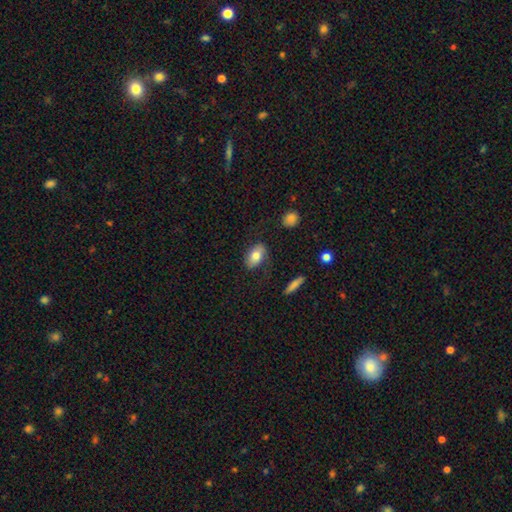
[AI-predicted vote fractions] smooth_or_featured: smooth (p=0.77) [alt: featured or disk p=0.16]
how_rounded: in between (p=0.91) [alt: round p=0.07]
merging: none (p=0.75) [alt: minor disturbance p=0.17]